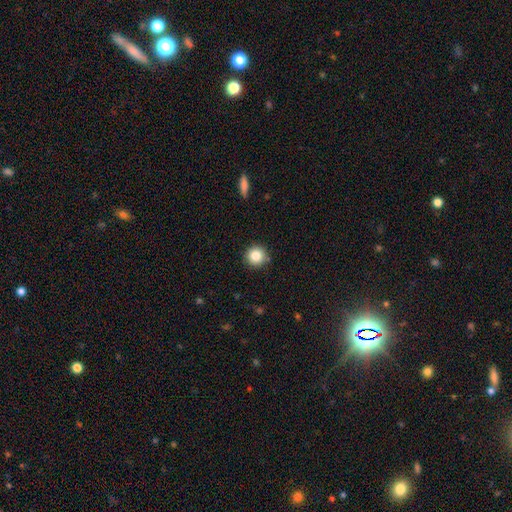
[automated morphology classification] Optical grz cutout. It shows a smooth galaxy with no disk features (84%) that is round (95%). Merging: none (89%).